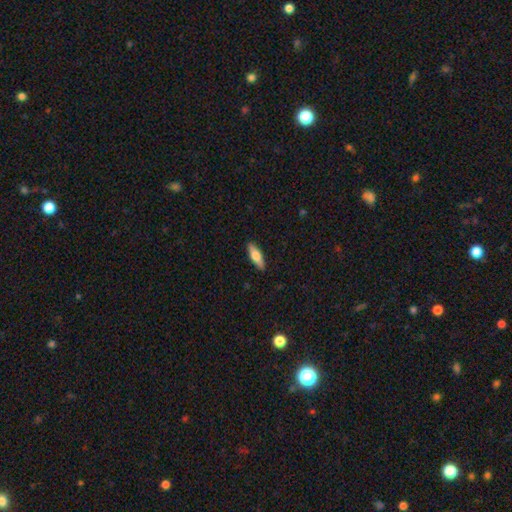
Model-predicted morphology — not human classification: Smooth or featured? smooth (66%)
How rounded? in between (50%)
Merging? none (90%)